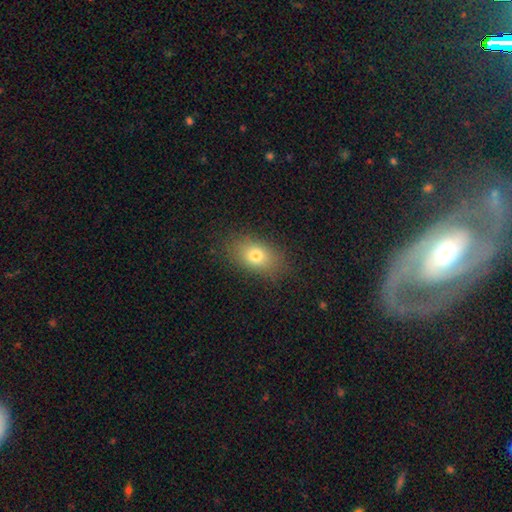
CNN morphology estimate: type=smooth (76%); roundness=in between (79%); merging=none (84%).